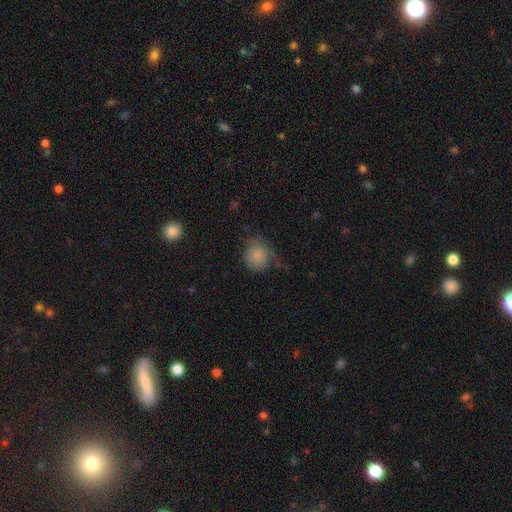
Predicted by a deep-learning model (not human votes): Smooth or featured?
  - smooth: 78% *
  - featured or disk: 14%
  - star or artifact: 8%
How rounded?
  - round: 75% *
  - in between: 24%
  - cigar-shaped: 1%
Merging?
  - none: 49% *
  - minor disturbance: 33%
  - major disturbance: 16%
  - merger: 2%